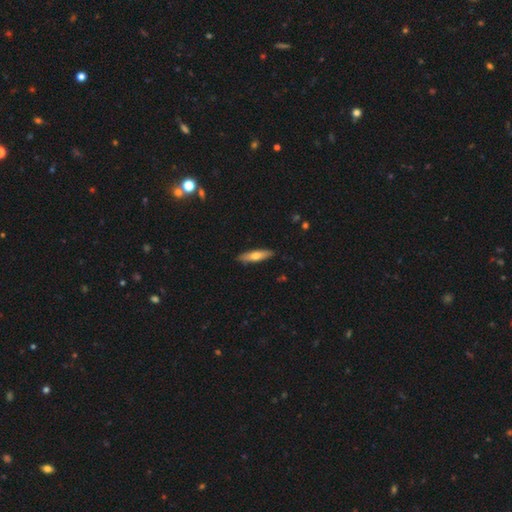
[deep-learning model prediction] smooth 62%, featured or disk 33%, star or artifact 6%. Down the decision tree: how rounded — cigar-shaped (71%); merging — none (88%).